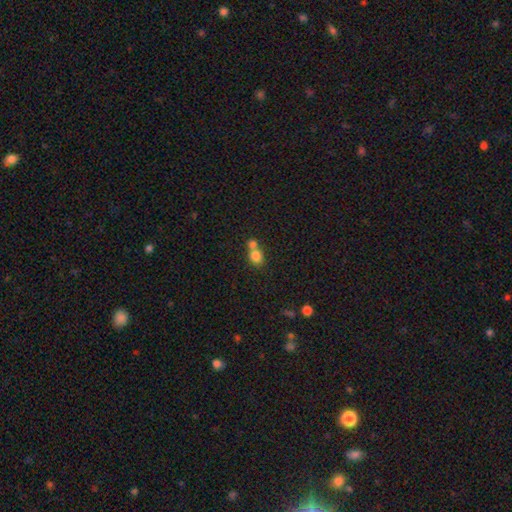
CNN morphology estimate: Smooth or featured? Predicted: smooth (p=0.80). How rounded? Predicted: round (p=0.64). Merging? Predicted: merger (p=0.53).